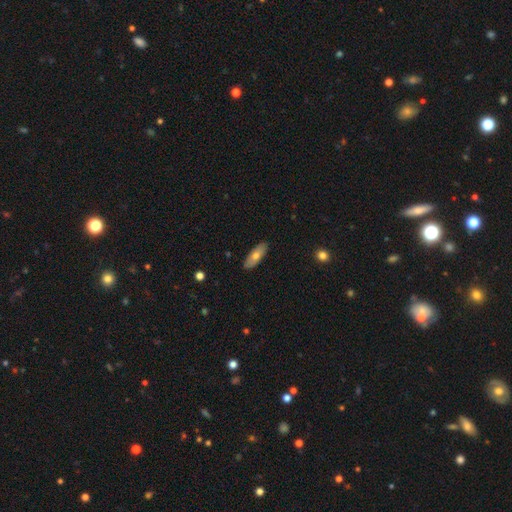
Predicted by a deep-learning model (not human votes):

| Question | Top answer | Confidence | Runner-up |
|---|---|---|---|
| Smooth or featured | smooth | 65% | featured or disk (29%) |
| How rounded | in between | 70% | cigar-shaped (28%) |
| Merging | none | 88% | minor disturbance (9%) |